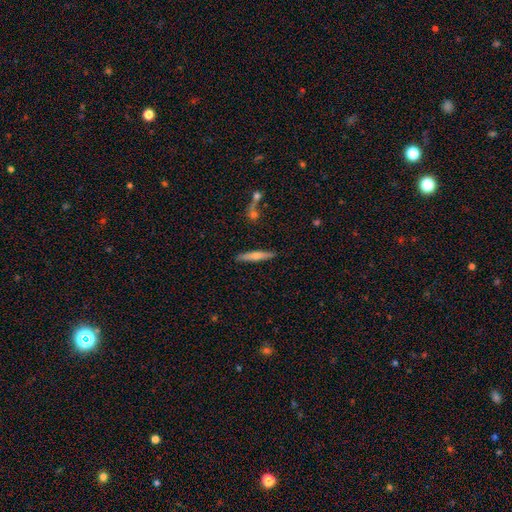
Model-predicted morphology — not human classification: A smooth galaxy with no disk features (58%) that is cigar-shaped (91%). Merging: none (86%).